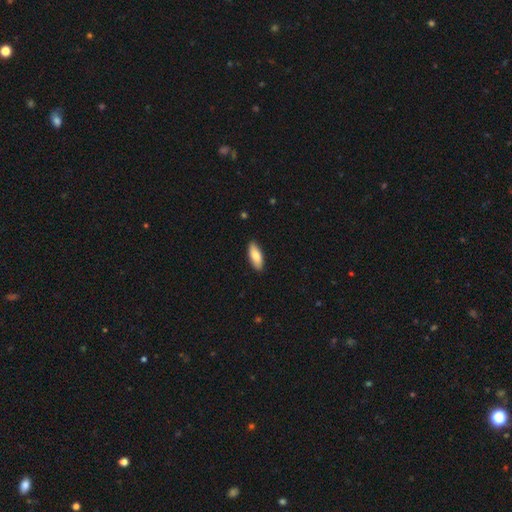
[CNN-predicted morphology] smooth-or-featured: smooth: 83% | featured or disk: 12% | star or artifact: 5%
  how-rounded: in between: 74% | cigar-shaped: 24% | round: 2%
  merging: none: 89% | minor disturbance: 9% | major disturbance: 2% | merger: 1%